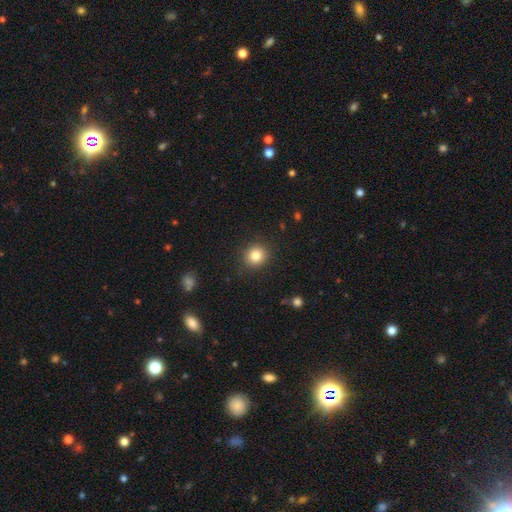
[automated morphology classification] Smooth or featured: smooth — 83% (star or artifact — 11%)
How rounded: round — 86% (in between — 13%)
Merging: none — 89% (minor disturbance — 8%)